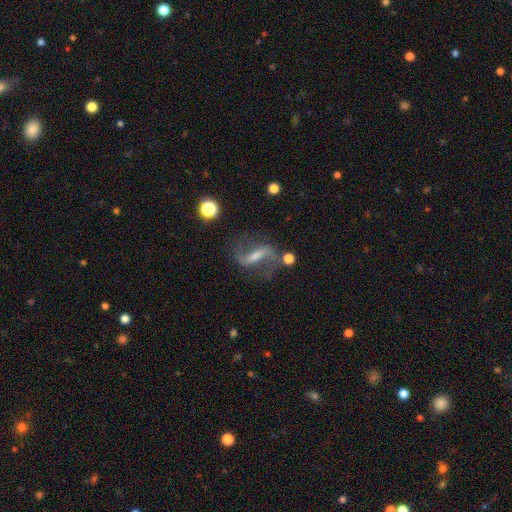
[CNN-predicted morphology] A featured or disk galaxy (77%) with a strong bar (56%), 2 (89%) loose (69%) spiral arms (88%) and a small central bulge (42%). Merging: none (64%).